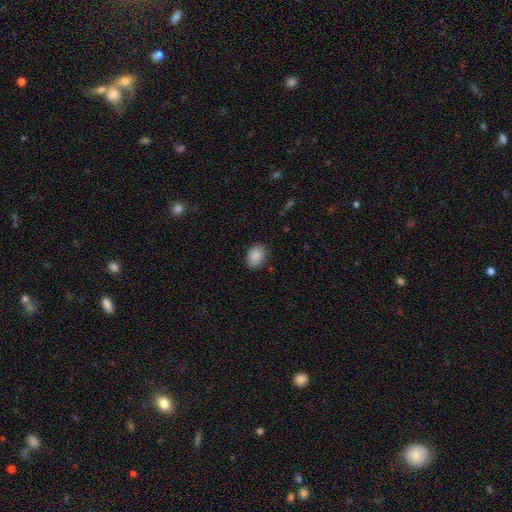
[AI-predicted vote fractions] Overall: smooth (89%). How rounded: in between (62%; round 37%). Merging: none (83%).